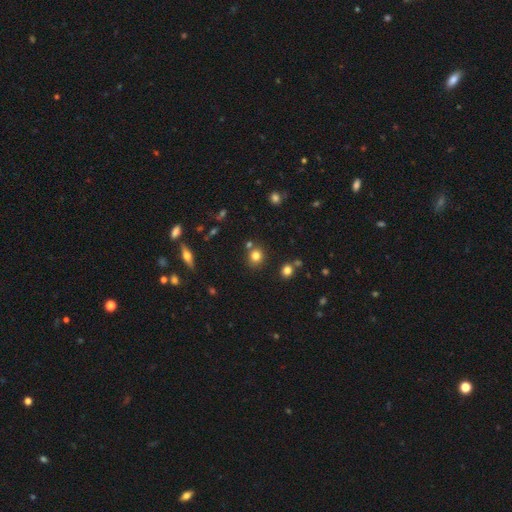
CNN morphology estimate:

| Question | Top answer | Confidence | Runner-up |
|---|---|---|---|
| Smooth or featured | smooth | 79% | star or artifact (14%) |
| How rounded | round | 83% | in between (16%) |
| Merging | none | 76% | merger (12%) |